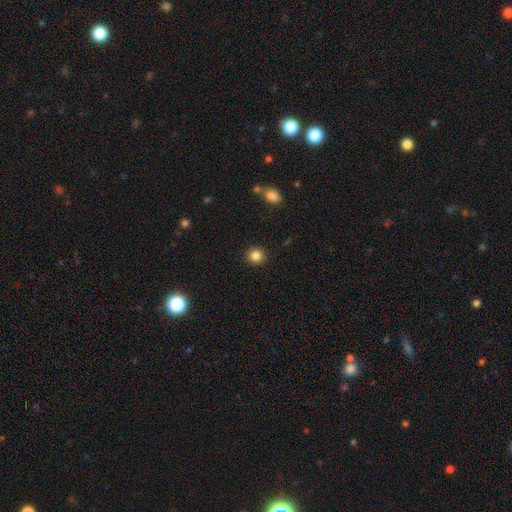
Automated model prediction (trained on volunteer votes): Smooth or featured? smooth (85%)
How rounded? round (87%)
Merging? none (91%)